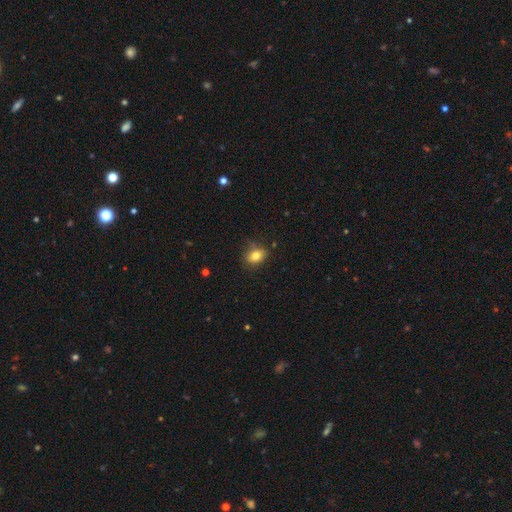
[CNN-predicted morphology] A smooth galaxy with no disk features (82%) that is in between round and cigar-shaped (70%).

Vote fractions:
- Smooth or featured? smooth: 82% / star or artifact: 10% / featured or disk: 8%
- How rounded? in between: 70% / round: 28% / cigar-shaped: 2%
- Merging? none: 74% / minor disturbance: 19% / major disturbance: 4% / merger: 3%